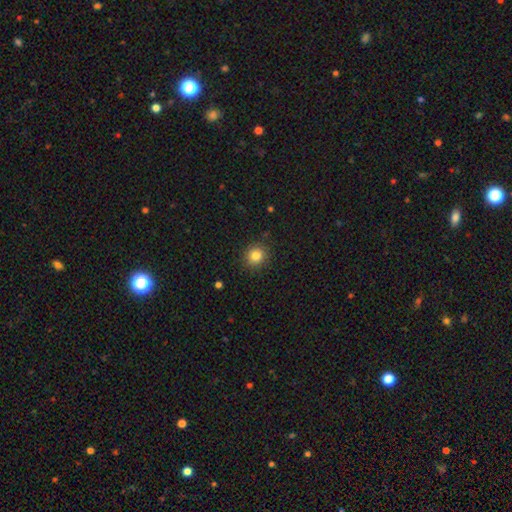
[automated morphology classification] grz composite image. It shows a smooth galaxy with no disk features (83%) that is round (88%). Merging: none (89%).